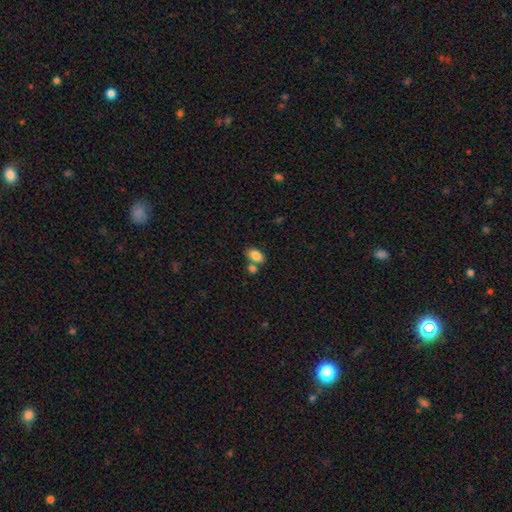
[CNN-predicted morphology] The model was most divided on "merging": none: 56%, merger: 30%, minor disturbance: 11%, major disturbance: 3%. More confident: how rounded — in between (90%); smooth or featured — smooth (85%).